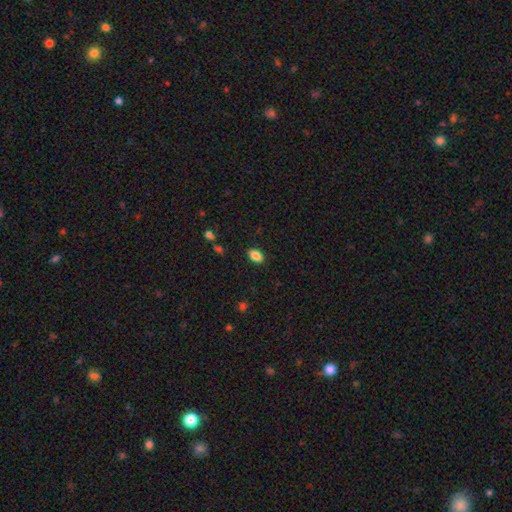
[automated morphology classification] Smooth or featured: smooth — 86% (star or artifact — 9%)
How rounded: in between — 89% (round — 9%)
Merging: none — 88% (minor disturbance — 9%)